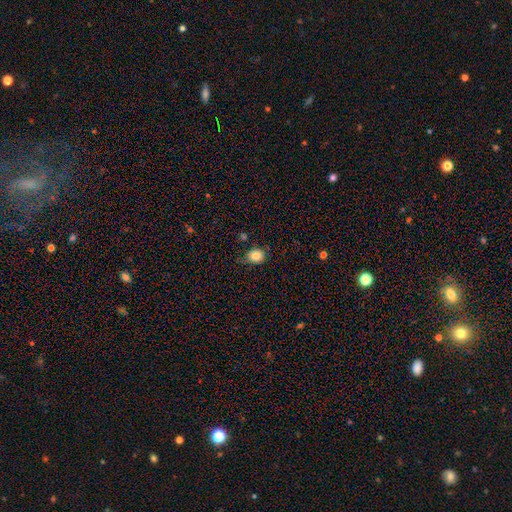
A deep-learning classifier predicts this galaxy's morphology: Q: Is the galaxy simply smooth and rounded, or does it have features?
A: smooth — 84%.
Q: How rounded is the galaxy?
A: round — 66%.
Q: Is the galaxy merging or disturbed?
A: none — 65%.